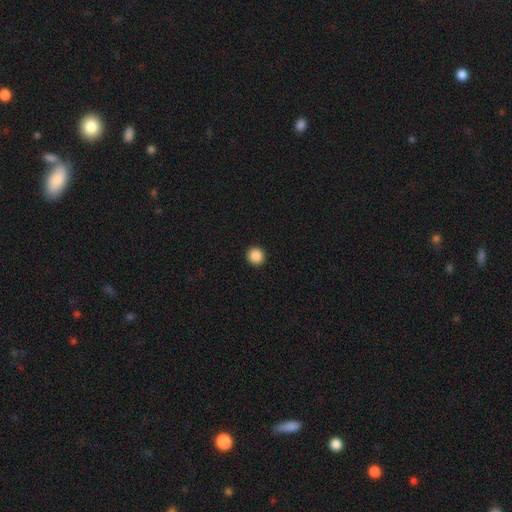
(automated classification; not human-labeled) Overall: smooth (88%). How rounded: round (94%). Merging: none (93%).